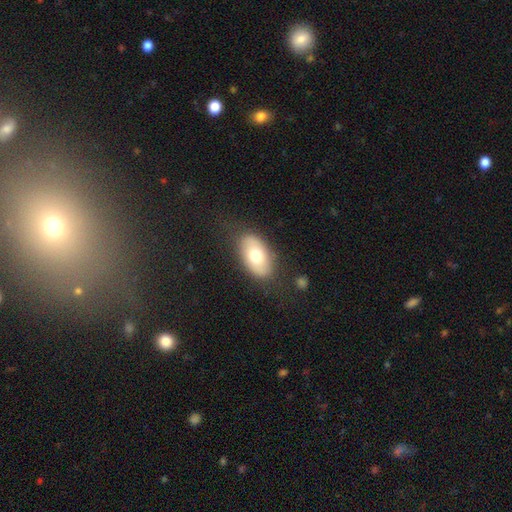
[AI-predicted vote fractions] Smooth or featured? Predicted: smooth (p=0.68). How rounded? Predicted: in between (p=0.92). Merging? Predicted: none (p=0.78).